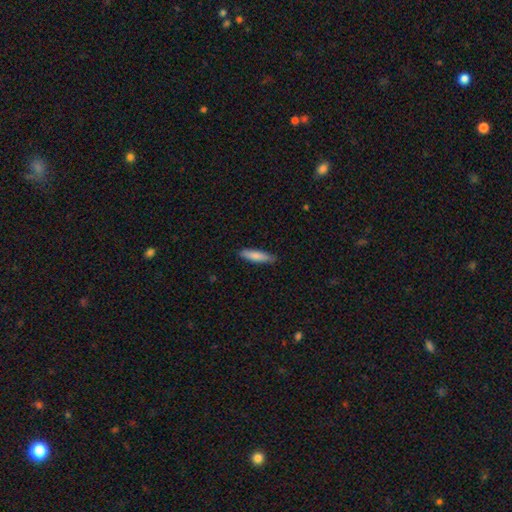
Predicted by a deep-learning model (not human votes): This is clearly a smooth galaxy (81%). How rounded: likely cigar-shaped (74%). Merging: clearly none (86%).